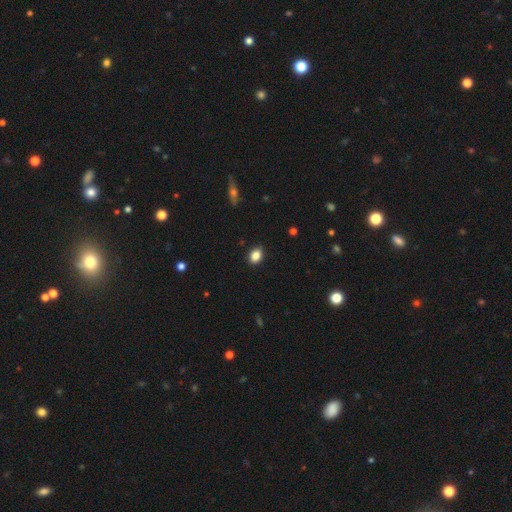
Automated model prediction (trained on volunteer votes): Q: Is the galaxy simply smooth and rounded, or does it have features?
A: smooth — 86%.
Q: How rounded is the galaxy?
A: in between — 69%.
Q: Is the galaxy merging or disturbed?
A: none — 88%.